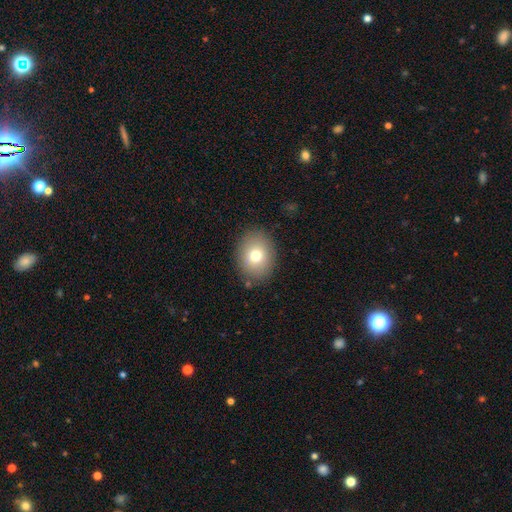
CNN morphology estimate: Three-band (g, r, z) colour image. It shows a smooth galaxy with no disk features (76%) that is in between round and cigar-shaped (52%). Merging: none (86%).